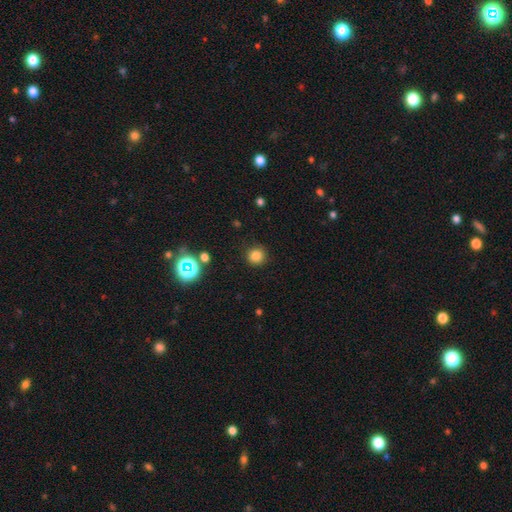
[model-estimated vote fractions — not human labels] A smooth galaxy with no disk features (80%) that is round (93%). Merging: none (90%).